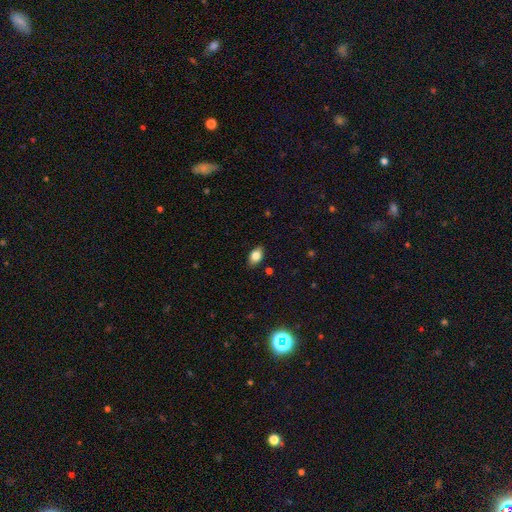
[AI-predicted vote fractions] The model was most divided on "smooth or featured": smooth: 82%, featured or disk: 10%, star or artifact: 8%. More confident: how rounded — in between (89%); merging — none (86%).